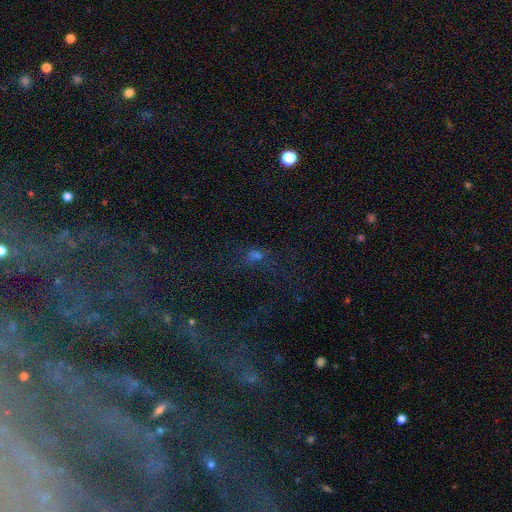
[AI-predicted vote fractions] smooth-or-featured: star or artifact: 46% | smooth: 35% | featured or disk: 19%